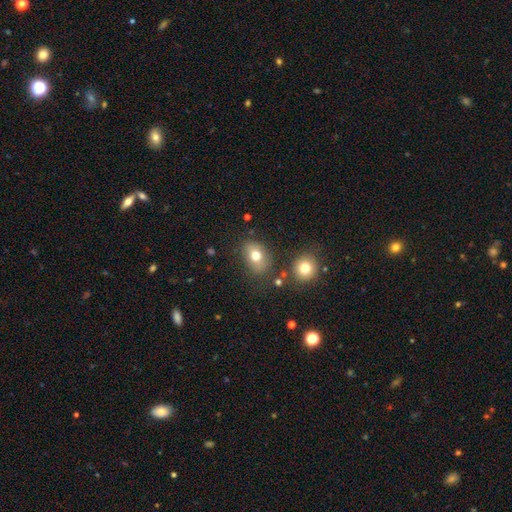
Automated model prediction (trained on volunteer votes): smooth_or_featured: smooth (p=0.75) [alt: featured or disk p=0.14]
how_rounded: in between (p=0.70) [alt: round p=0.29]
merging: none (p=0.70) [alt: minor disturbance p=0.17]